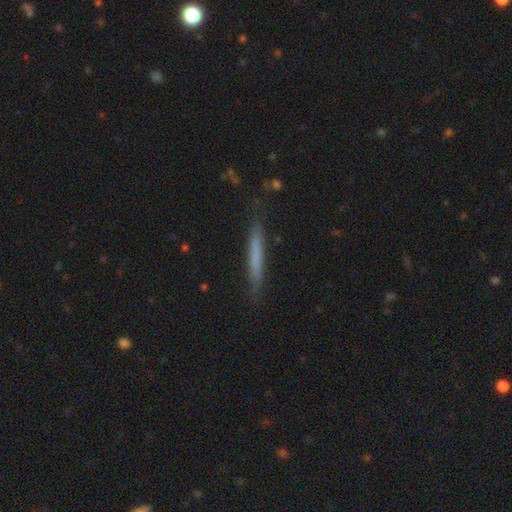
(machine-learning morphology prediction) A smooth galaxy with no disk features (61%) that is cigar-shaped (96%).

Vote fractions:
- Smooth or featured? smooth: 61% / featured or disk: 32% / star or artifact: 7%
- How rounded? cigar-shaped: 96% / in between: 3% / round: 1%
- Merging? none: 83% / minor disturbance: 13% / major disturbance: 3% / merger: 2%